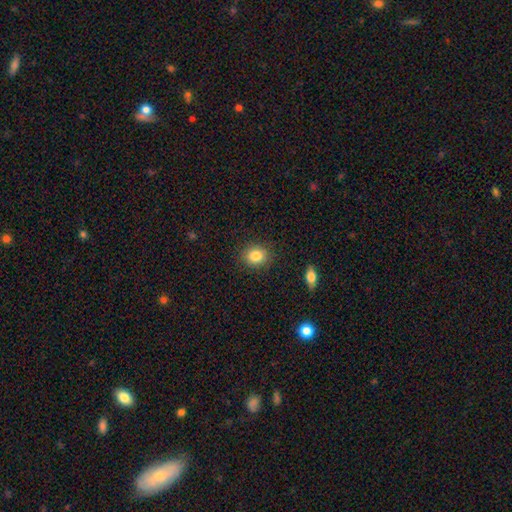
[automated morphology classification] Smooth or featured: smooth — 84% (star or artifact — 9%)
How rounded: round — 67% (in between — 32%)
Merging: none — 88% (minor disturbance — 8%)